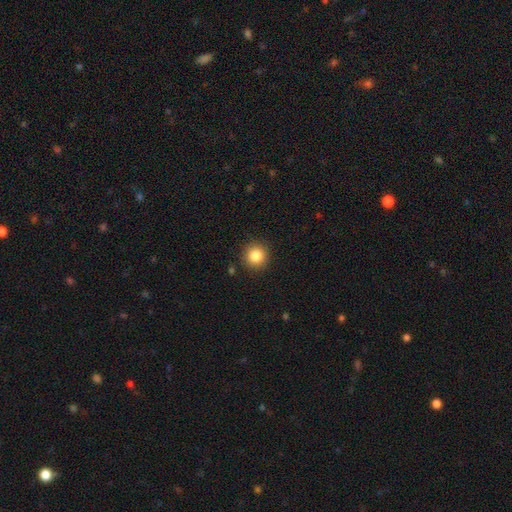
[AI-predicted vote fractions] Smooth or featured: smooth — 85% (star or artifact — 9%)
How rounded: round — 93% (in between — 6%)
Merging: none — 90% (minor disturbance — 7%)